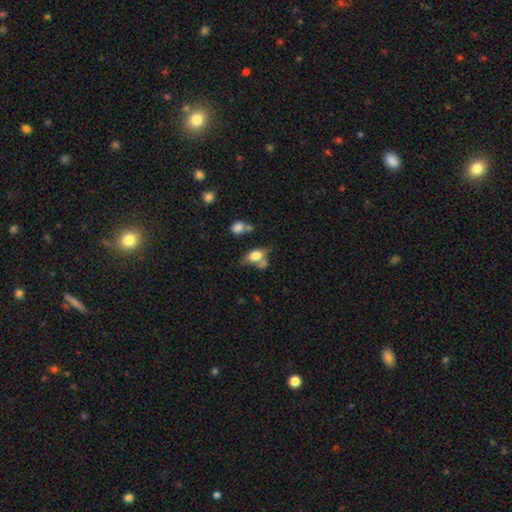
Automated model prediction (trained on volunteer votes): A smooth galaxy with no disk features (71%) that is in between round and cigar-shaped (80%). Merging: none (40%).